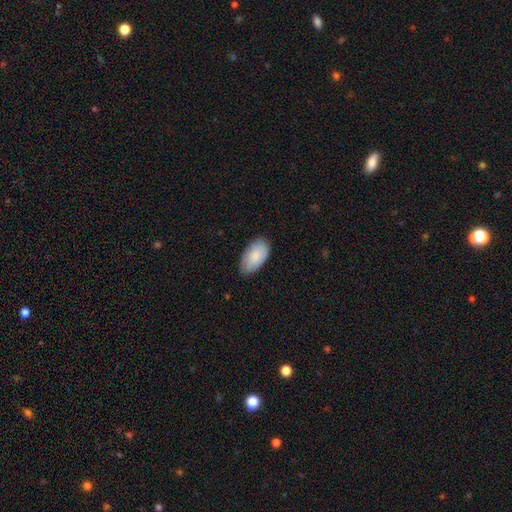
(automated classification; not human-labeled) smooth-or-featured: smooth: 81% | featured or disk: 13% | star or artifact: 6%
  how-rounded: in between: 95% | round: 3% | cigar-shaped: 2%
  merging: none: 77% | minor disturbance: 19% | major disturbance: 3% | merger: 1%